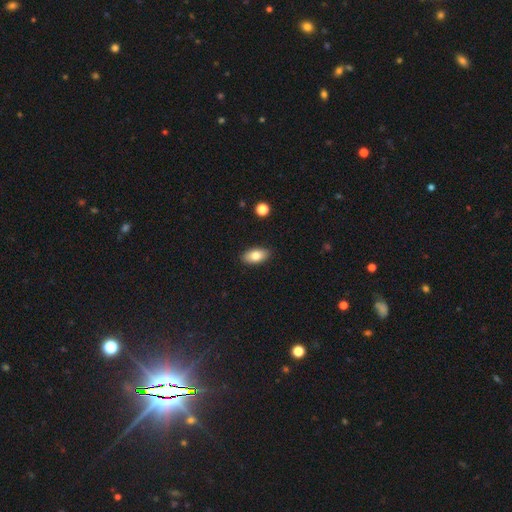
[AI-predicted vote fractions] Morphology: type=smooth (80%); roundness=in between (91%); merging=none (89%).